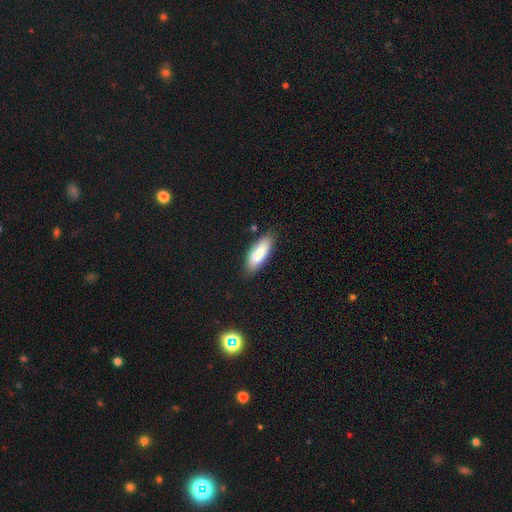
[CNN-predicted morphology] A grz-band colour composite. It shows a smooth galaxy with no disk features (81%) that is in between round and cigar-shaped (70%). Merging: none (79%).